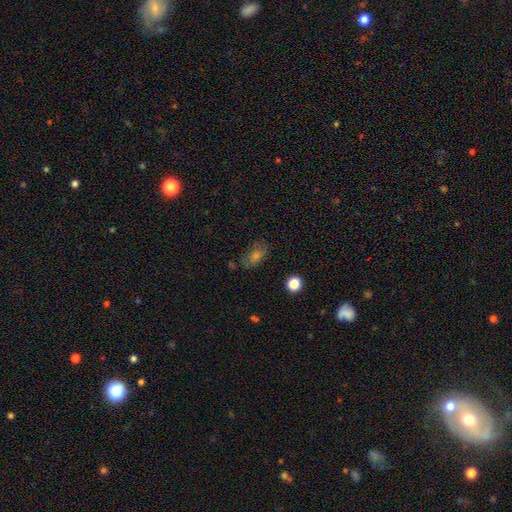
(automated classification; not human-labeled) smooth-or-featured: smooth: 59% | star or artifact: 22% | featured or disk: 19%
  how-rounded: in between: 79% | round: 16% | cigar-shaped: 5%
  merging: none: 71% | minor disturbance: 19% | major disturbance: 6% | merger: 4%